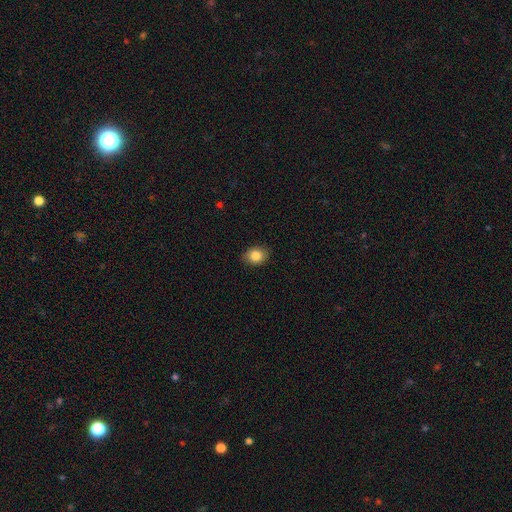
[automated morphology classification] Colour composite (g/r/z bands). It shows a smooth galaxy with no disk features (85%) that is in between round and cigar-shaped (60%). Merging: none (86%).